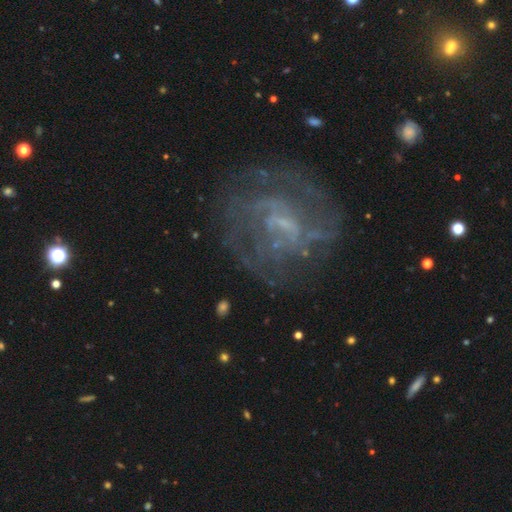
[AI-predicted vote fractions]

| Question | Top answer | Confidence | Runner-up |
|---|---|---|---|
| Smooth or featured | featured or disk | 70% | star or artifact (17%) |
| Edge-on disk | no | 97% | yes (3%) |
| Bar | weak | 47% | no (33%) |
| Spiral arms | yes | 77% | no (23%) |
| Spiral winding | tight | 43% | medium (39%) |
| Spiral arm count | can't tell | 48% | 2 (25%) |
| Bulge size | small | 53% | none (29%) |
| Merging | none | 72% | minor disturbance (14%) |